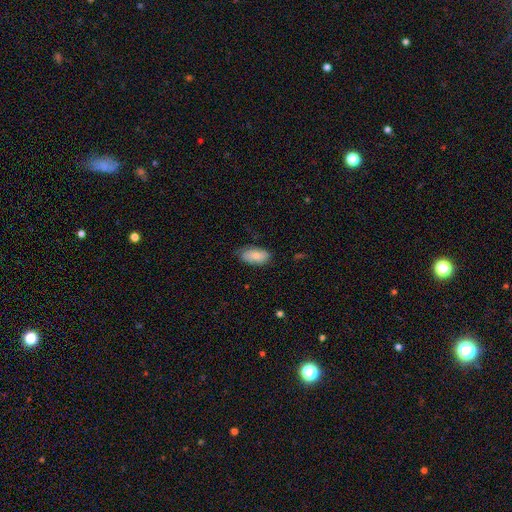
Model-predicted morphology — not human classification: A smooth galaxy with no disk features (79%) that is in between round and cigar-shaped (93%).

Vote fractions:
- Smooth or featured? smooth: 79% / featured or disk: 14% / star or artifact: 6%
- How rounded? in between: 93% / cigar-shaped: 4% / round: 3%
- Merging? none: 75% / minor disturbance: 21% / major disturbance: 4% / merger: 1%